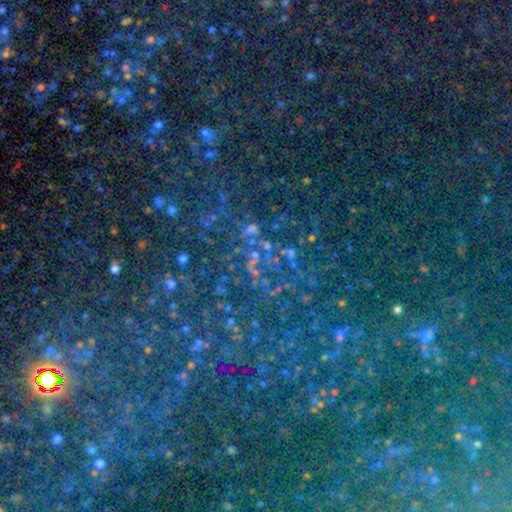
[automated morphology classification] smooth-or-featured: star or artifact: 80% | smooth: 12% | featured or disk: 8%